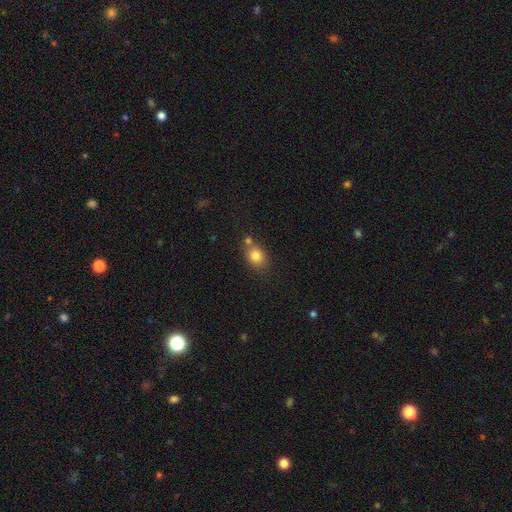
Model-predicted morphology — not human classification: This appears to be a smooth galaxy with no disk features (81%) that is in between round and cigar-shaped (52%). Merging: none (63%).